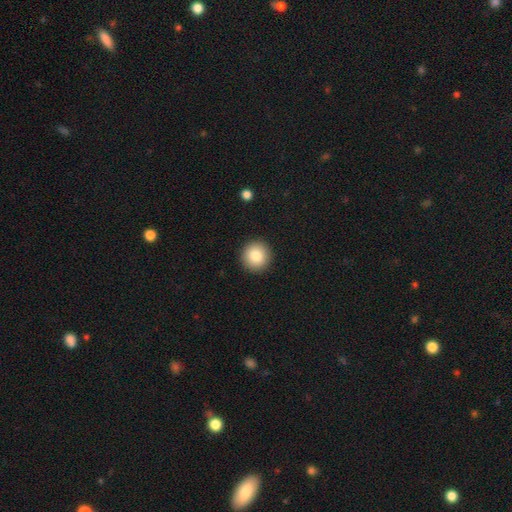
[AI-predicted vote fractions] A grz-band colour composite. It shows a smooth galaxy with no disk features (83%) that is round (94%). Merging: none (92%).